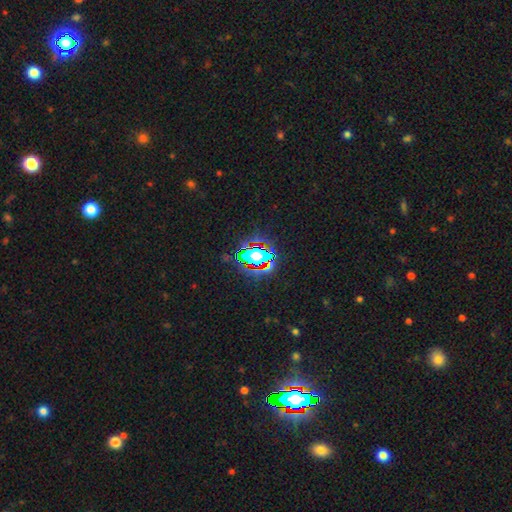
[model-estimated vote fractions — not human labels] This is possibly a star or artifact rather than a galaxy (57%).